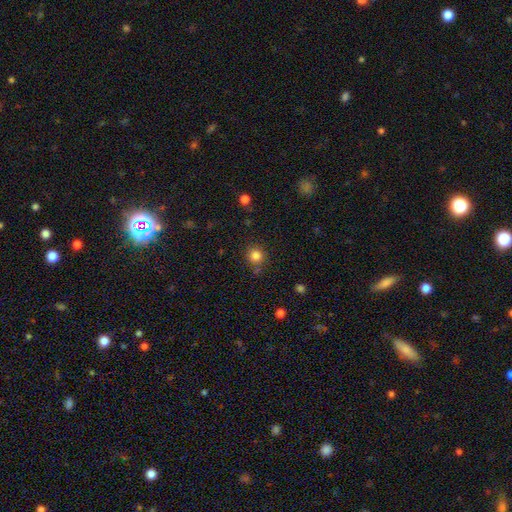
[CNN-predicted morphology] Smooth or featured?
  - smooth: 83% *
  - star or artifact: 12%
  - featured or disk: 5%
How rounded?
  - round: 91% *
  - in between: 8%
  - cigar-shaped: 1%
Merging?
  - none: 80% *
  - minor disturbance: 11%
  - merger: 6%
  - major disturbance: 3%